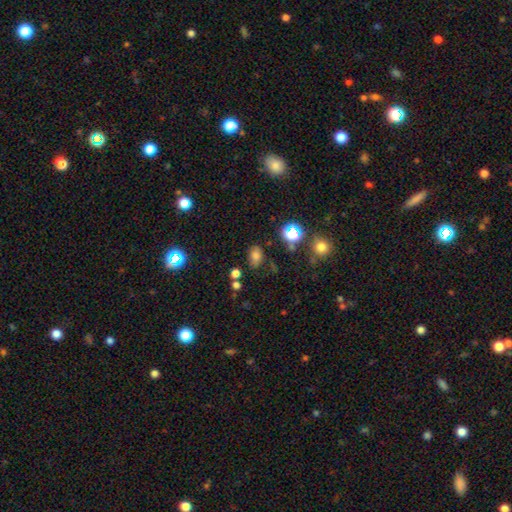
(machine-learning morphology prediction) smooth-or-featured: smooth: 70% | star or artifact: 21% | featured or disk: 9%
  how-rounded: in between: 77% | round: 22% | cigar-shaped: 2%
  merging: none: 75% | minor disturbance: 16% | merger: 5% | major disturbance: 5%